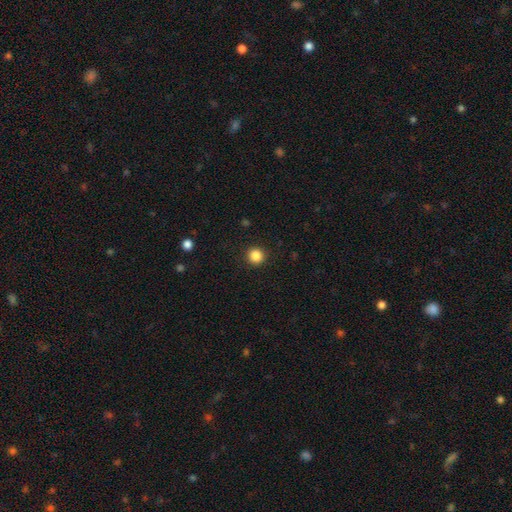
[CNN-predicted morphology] The model was most divided on "smooth or featured": smooth: 86%, star or artifact: 11%, featured or disk: 3%. More confident: how rounded — round (94%); merging — none (92%).